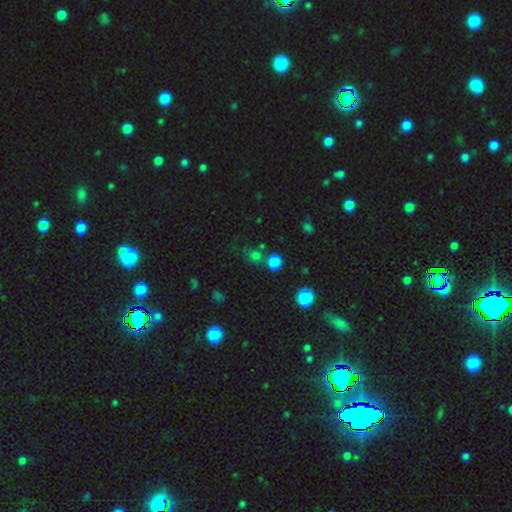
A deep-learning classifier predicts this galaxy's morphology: smooth 72%, star or artifact 21%, featured or disk 6%. Down the decision tree: how rounded — round (71%); merging — none (64%).